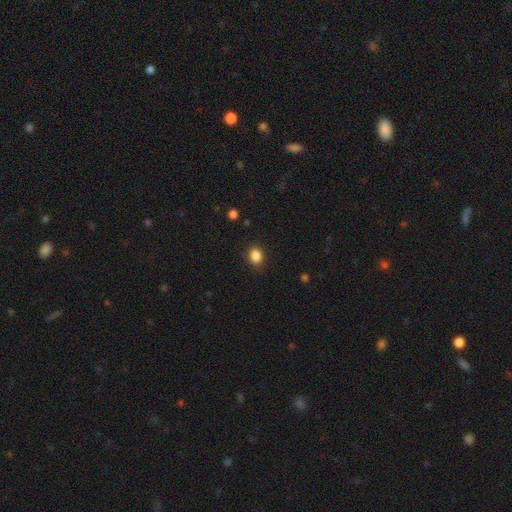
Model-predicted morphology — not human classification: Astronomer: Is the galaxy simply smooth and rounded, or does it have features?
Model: smooth — 86%.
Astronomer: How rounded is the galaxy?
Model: in between — 50% (runner-up: round, 49%).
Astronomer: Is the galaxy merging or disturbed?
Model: none — 88%.